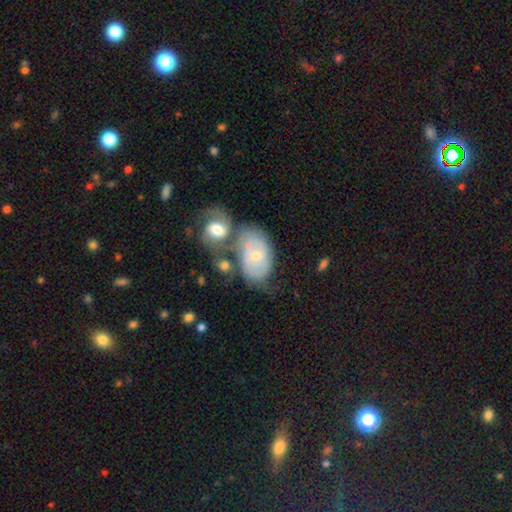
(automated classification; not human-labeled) Smooth or featured: featured or disk — 57% (smooth — 36%)
Edge-on disk: no — 95% (yes — 5%)
Bar: no — 72% (weak — 23%)
Spiral arms: yes — 66% (no — 34%)
Bulge size: moderate — 47% (tied with small — 47%)
Merging: merger — 45% (none — 29%)